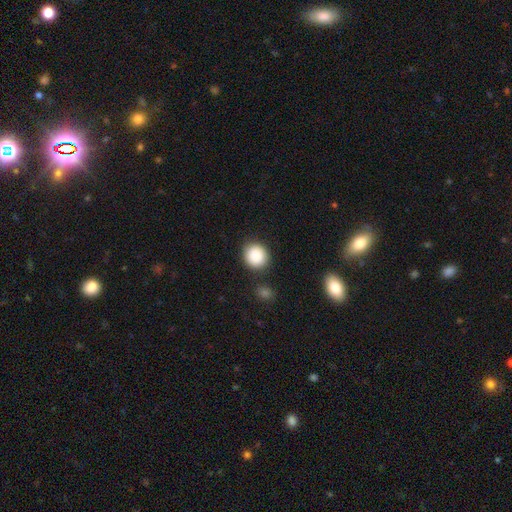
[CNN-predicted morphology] Smooth or featured? smooth (89%)
How rounded? round (87%)
Merging? none (85%)